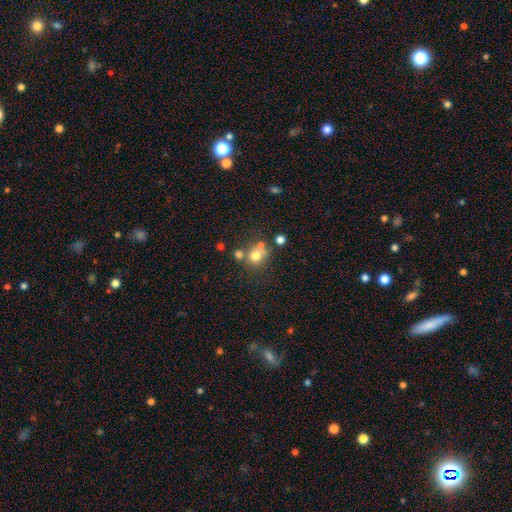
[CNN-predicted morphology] A smooth galaxy with no disk features (71%) that is round (82%). Merging: none (56%).